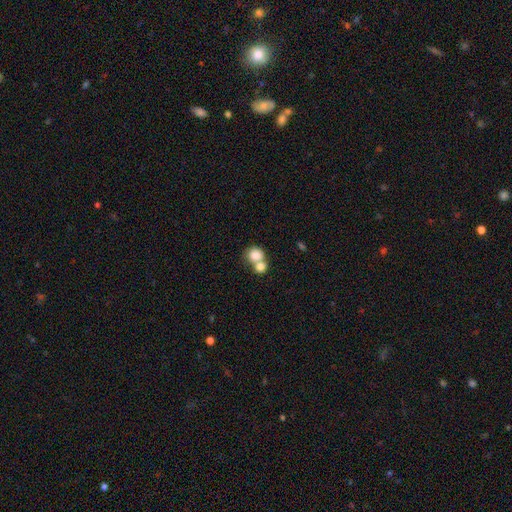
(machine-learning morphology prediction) A smooth galaxy with no disk features (80%) that is round (76%). Merging: merger (61%).